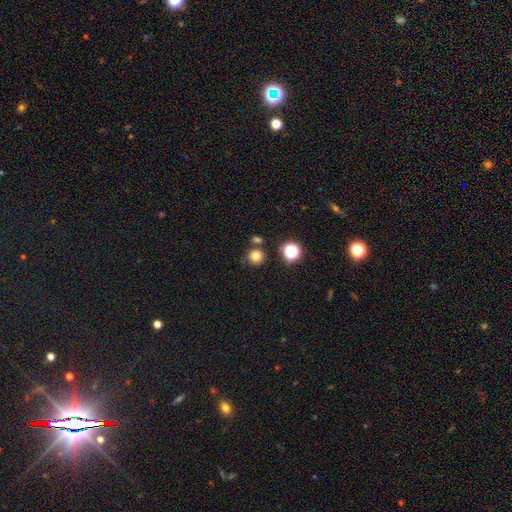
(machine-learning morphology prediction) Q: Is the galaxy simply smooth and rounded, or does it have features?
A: smooth — 78%.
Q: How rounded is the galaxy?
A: round — 92%.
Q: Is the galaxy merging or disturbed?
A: none — 77%.